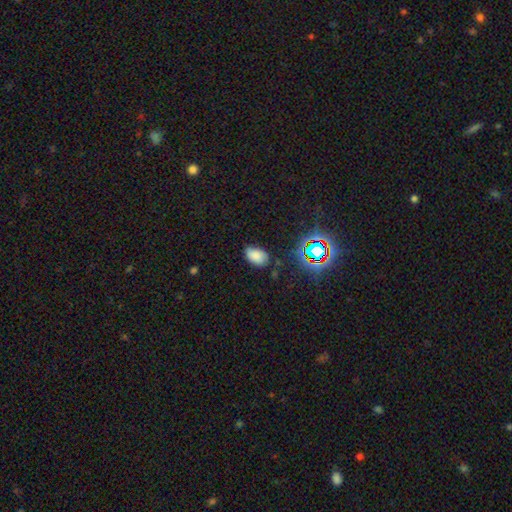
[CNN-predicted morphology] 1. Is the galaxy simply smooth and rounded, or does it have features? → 74% smooth, 17% star or artifact, 9% featured or disk.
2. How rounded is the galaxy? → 90% in between, 9% round, 1% cigar-shaped.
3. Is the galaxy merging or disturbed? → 70% none, 22% minor disturbance, 5% major disturbance, 2% merger.